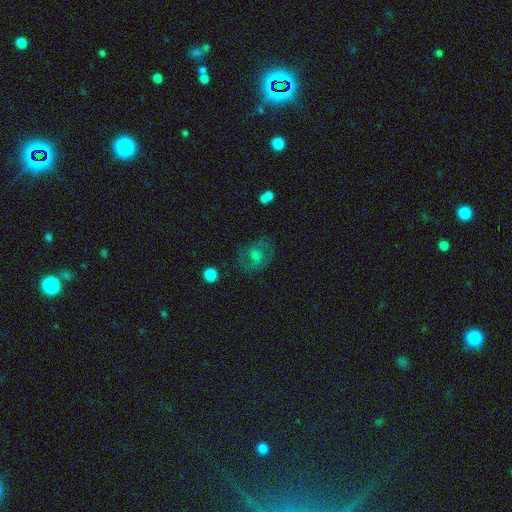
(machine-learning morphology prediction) This is possibly a smooth galaxy (46%). Merging: likely none (66%).